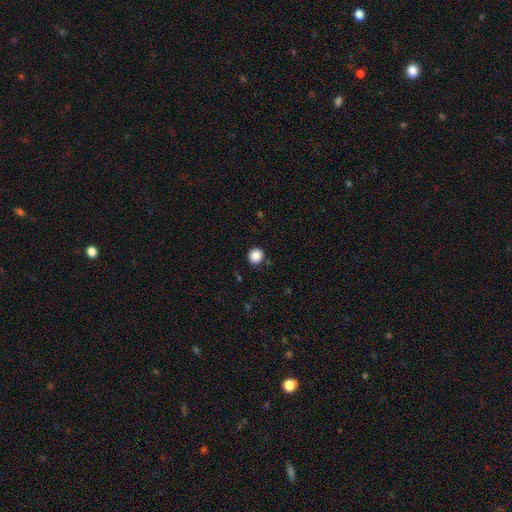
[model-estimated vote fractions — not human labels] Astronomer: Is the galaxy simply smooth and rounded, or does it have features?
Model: smooth — 87%.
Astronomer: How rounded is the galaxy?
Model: round — 92%.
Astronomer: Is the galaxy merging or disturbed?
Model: none — 90%.